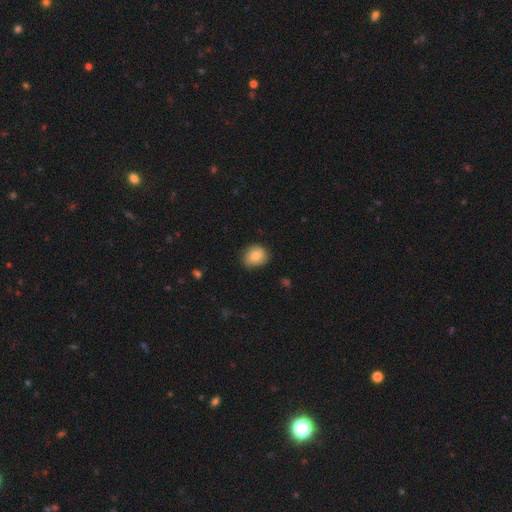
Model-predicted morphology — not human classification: This is likely a smooth galaxy (77%). How rounded: likely round (60%). Merging: likely none (78%).